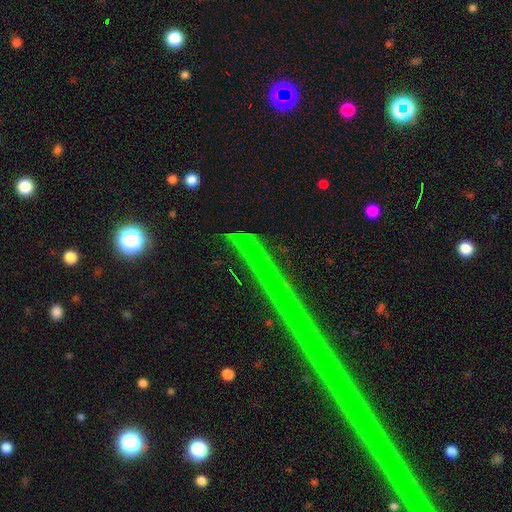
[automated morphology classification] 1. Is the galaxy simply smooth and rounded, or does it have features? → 73% star or artifact, 17% featured or disk, 9% smooth.